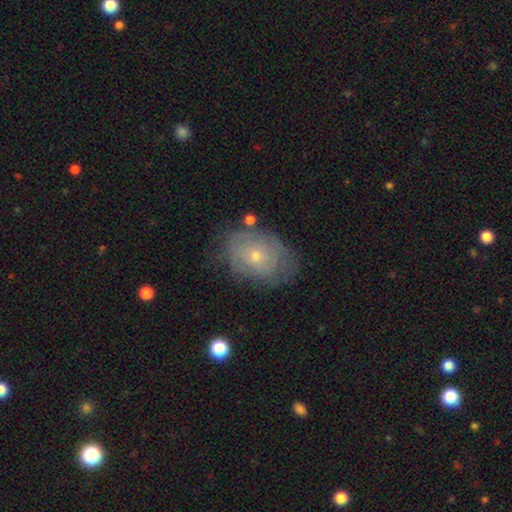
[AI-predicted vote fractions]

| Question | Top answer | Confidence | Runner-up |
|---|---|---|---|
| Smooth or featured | featured or disk | 58% | smooth (34%) |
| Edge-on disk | no | 96% | yes (4%) |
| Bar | no | 87% | weak (11%) |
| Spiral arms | yes | 63% | no (37%) |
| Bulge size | small | 70% | moderate (27%) |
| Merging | none | 64% | minor disturbance (24%) |